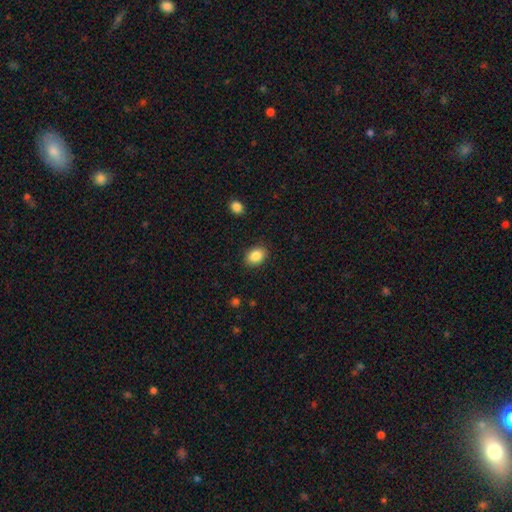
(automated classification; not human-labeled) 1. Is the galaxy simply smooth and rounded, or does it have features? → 86% smooth, 8% star or artifact, 5% featured or disk.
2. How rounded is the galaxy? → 68% in between, 31% round, 1% cigar-shaped.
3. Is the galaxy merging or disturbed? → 88% none, 9% minor disturbance, 2% major disturbance, 1% merger.